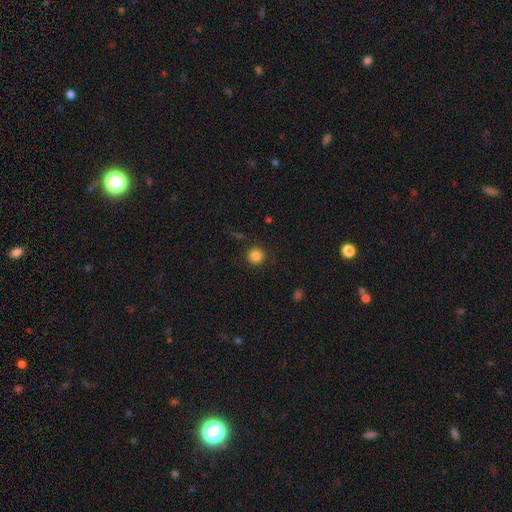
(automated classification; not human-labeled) The model was most divided on "smooth or featured": smooth: 85%, star or artifact: 11%, featured or disk: 4%. More confident: how rounded — round (95%); merging — none (90%).